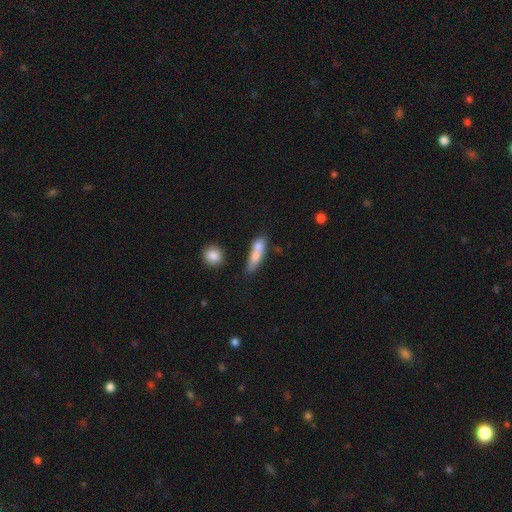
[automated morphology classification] smooth-or-featured: smooth: 71% | featured or disk: 21% | star or artifact: 8%
  how-rounded: cigar-shaped: 59% | in between: 36% | round: 5%
  merging: none: 42% | merger: 36% | minor disturbance: 16% | major disturbance: 7%